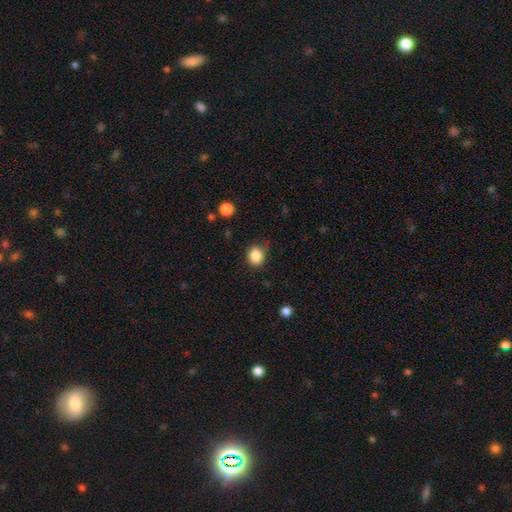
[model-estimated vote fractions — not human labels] This appears to be a smooth galaxy with no disk features (86%) that is round (58%). Merging: none (76%).